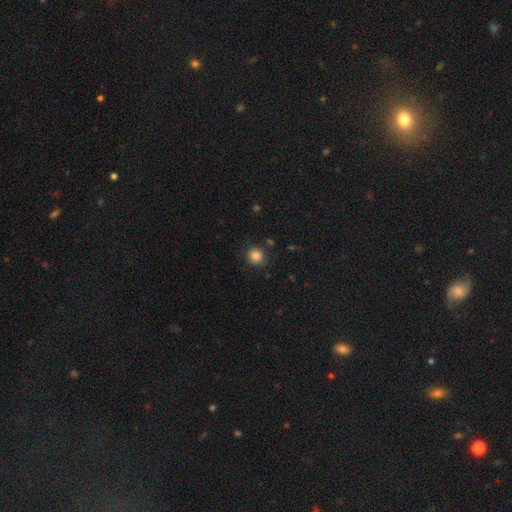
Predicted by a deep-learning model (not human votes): This is clearly a smooth galaxy (85%). How rounded: clearly round (91%). Merging: clearly none (86%).